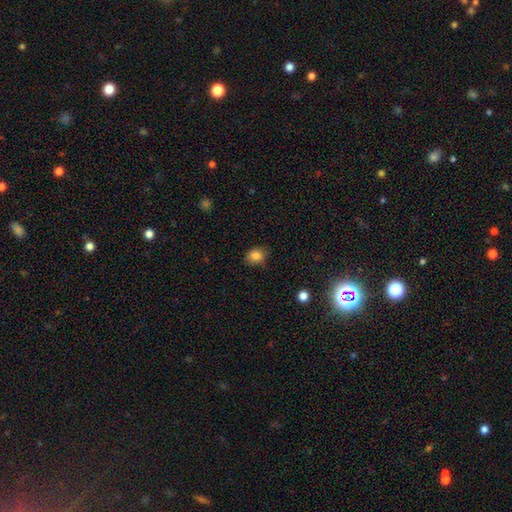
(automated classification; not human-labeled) Smooth or featured? smooth (84%)
How rounded? in between (55%)
Merging? none (78%)